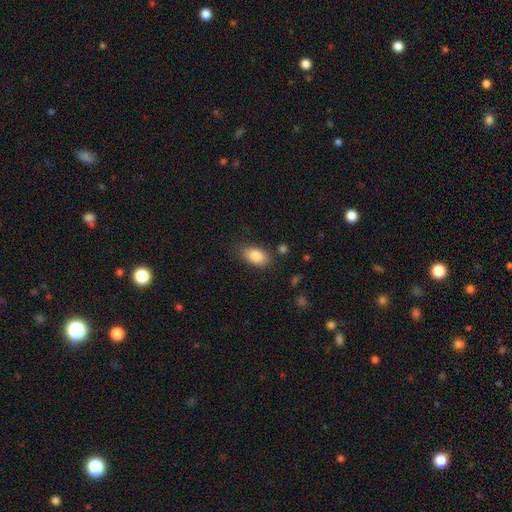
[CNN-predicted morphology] This is clearly a smooth galaxy (85%). How rounded: clearly in between (90%). Merging: likely none (79%).